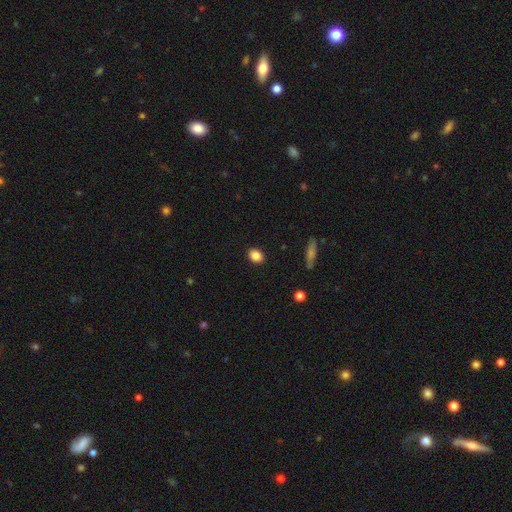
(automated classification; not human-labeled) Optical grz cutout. It shows a smooth galaxy with no disk features (86%) that is in between round and cigar-shaped (57%). Merging: none (90%).